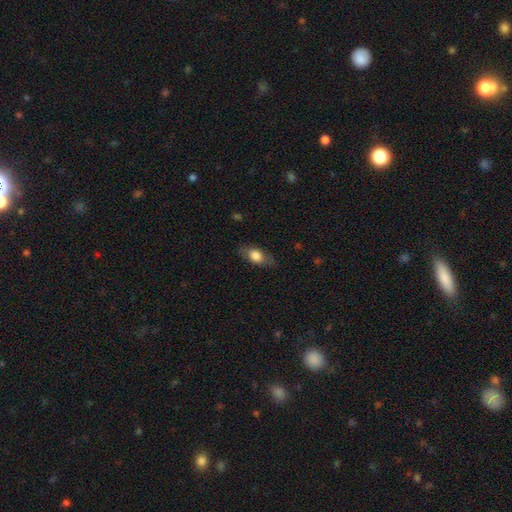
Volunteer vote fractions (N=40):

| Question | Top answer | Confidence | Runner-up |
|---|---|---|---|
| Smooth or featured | smooth | 75% | featured or disk (20%) |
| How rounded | in between | 100% | — |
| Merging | none | 84% | minor disturbance (8%) |